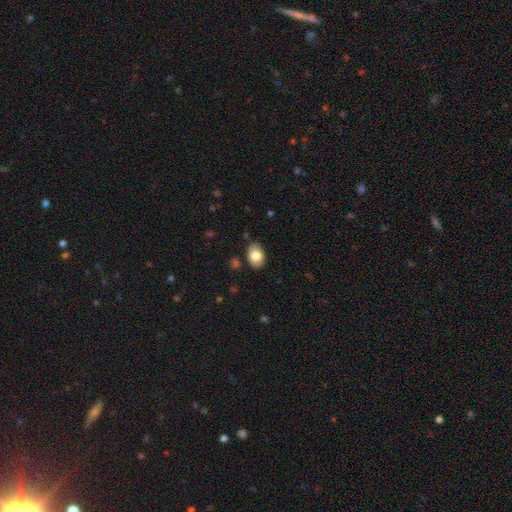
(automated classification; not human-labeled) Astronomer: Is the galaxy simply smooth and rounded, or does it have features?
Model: smooth — 79%.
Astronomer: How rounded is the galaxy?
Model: in between — 84%.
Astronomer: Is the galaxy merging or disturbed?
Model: none — 85%.